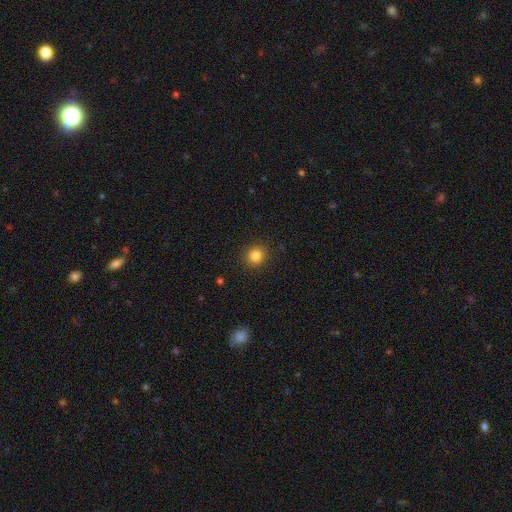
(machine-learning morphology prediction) type=smooth (84%); roundness=round (87%); merging=none (90%).